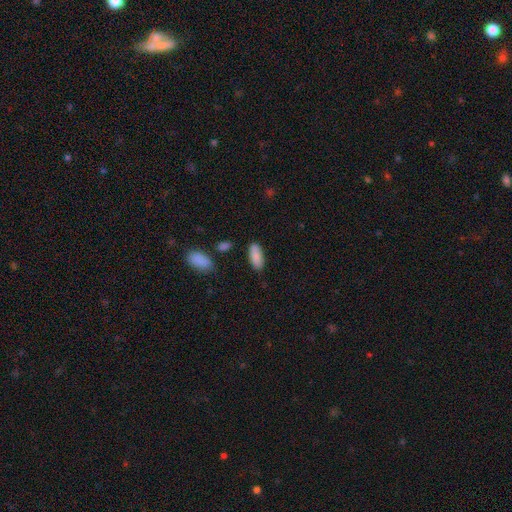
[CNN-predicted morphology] The model was most divided on "how rounded": in between: 81%, cigar-shaped: 17%, round: 2%. More confident: smooth or featured — smooth (88%); merging — none (84%).